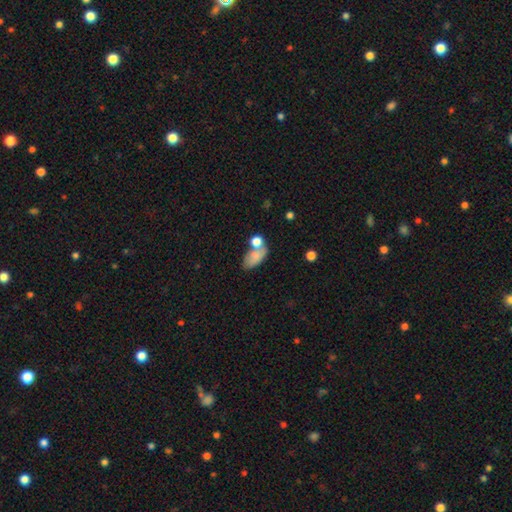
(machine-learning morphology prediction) Smooth or featured?
  - smooth: 75% *
  - featured or disk: 15%
  - star or artifact: 10%
How rounded?
  - in between: 88% *
  - round: 9%
  - cigar-shaped: 3%
Merging?
  - none: 41% *
  - merger: 31%
  - minor disturbance: 18%
  - major disturbance: 10%